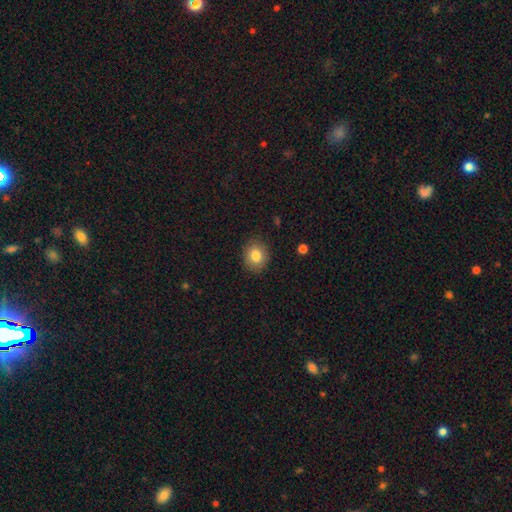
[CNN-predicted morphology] A smooth galaxy with no disk features (82%) that is round (60%).

Vote fractions:
- Smooth or featured? smooth: 82% / star or artifact: 9% / featured or disk: 9%
- How rounded? round: 60% / in between: 39% / cigar-shaped: 1%
- Merging? none: 87% / minor disturbance: 9% / major disturbance: 2% / merger: 1%